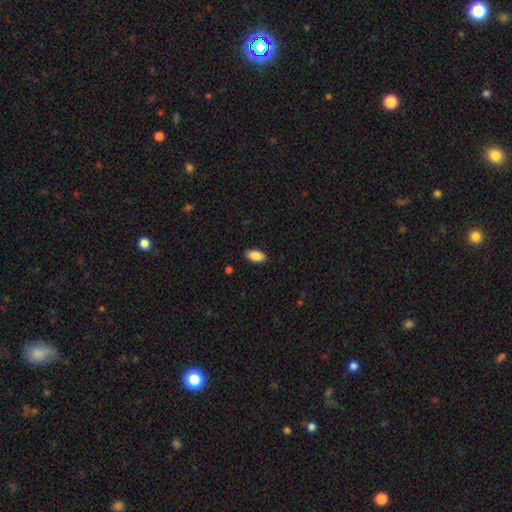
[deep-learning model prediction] Smooth or featured? Predicted: smooth (p=0.88). How rounded? Predicted: in between (p=0.93). Merging? Predicted: none (p=0.86).